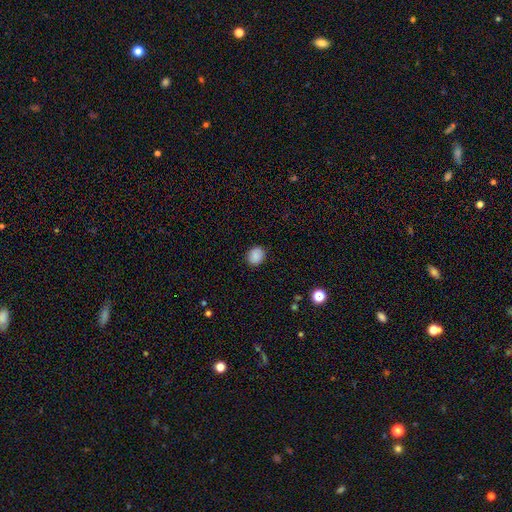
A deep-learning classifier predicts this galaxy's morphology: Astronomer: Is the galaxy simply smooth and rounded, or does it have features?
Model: smooth — 87%.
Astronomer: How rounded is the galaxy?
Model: round — 66%.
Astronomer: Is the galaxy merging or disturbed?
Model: none — 88%.